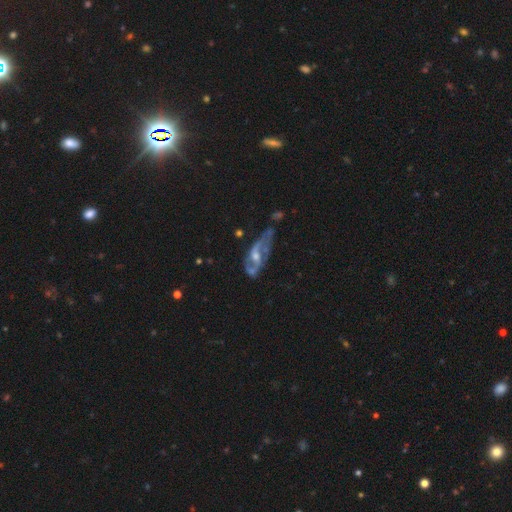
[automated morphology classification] The model was most divided on "bar": no: 49%, weak: 39%, strong: 12%. Remaining: edge-on disk — no (83%); spiral arms — yes (76%); smooth or featured — featured or disk (76%); bulge size — moderate (50%); merging — none (42%).